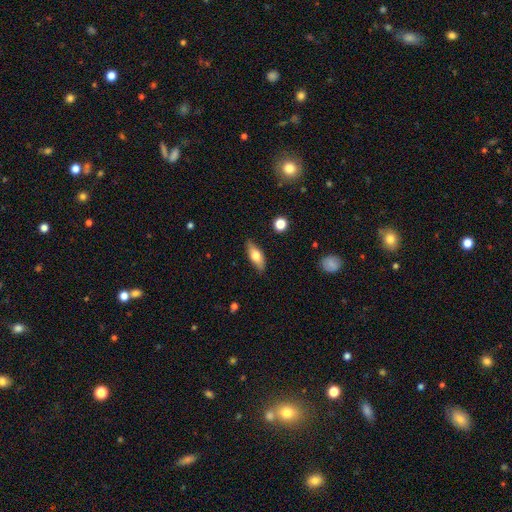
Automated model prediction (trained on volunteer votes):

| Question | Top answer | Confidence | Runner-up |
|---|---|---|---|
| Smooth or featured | smooth | 65% | featured or disk (29%) |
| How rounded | in between | 73% | cigar-shaped (23%) |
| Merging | none | 82% | minor disturbance (14%) |